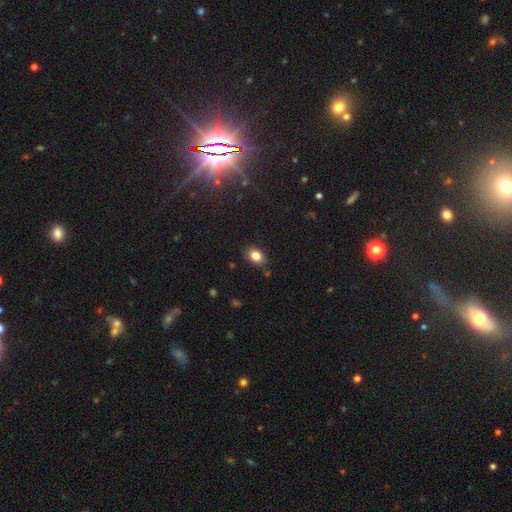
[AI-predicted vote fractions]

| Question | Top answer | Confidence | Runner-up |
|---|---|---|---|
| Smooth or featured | smooth | 82% | star or artifact (10%) |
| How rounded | in between | 74% | round (25%) |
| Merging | none | 81% | minor disturbance (14%) |